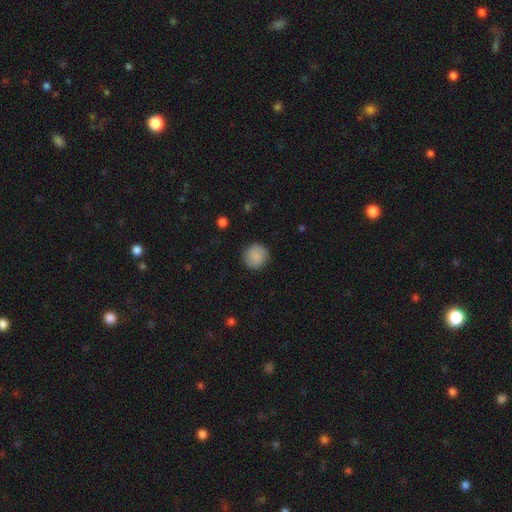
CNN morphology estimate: The model was most divided on "smooth or featured": smooth: 86%, star or artifact: 7%, featured or disk: 6%. More confident: how rounded — round (93%); merging — none (89%).